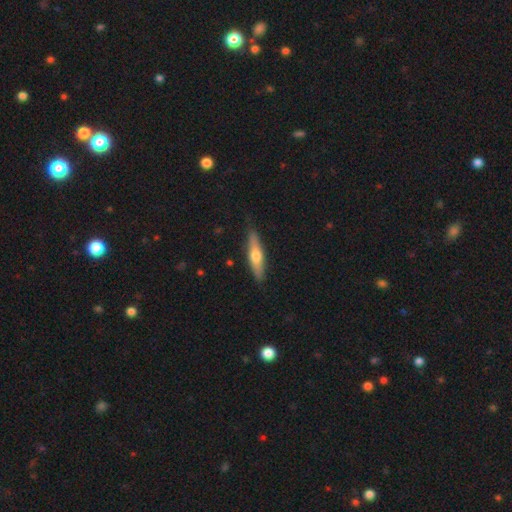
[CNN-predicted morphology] This appears to be a smooth galaxy with no disk features (49%). Merging: none (85%).